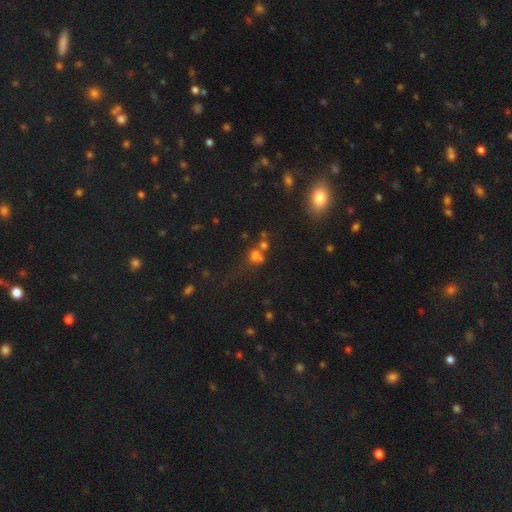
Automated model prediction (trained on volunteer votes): Morphology: type=smooth (61%); roundness=round (71%); merging=merger (41%).